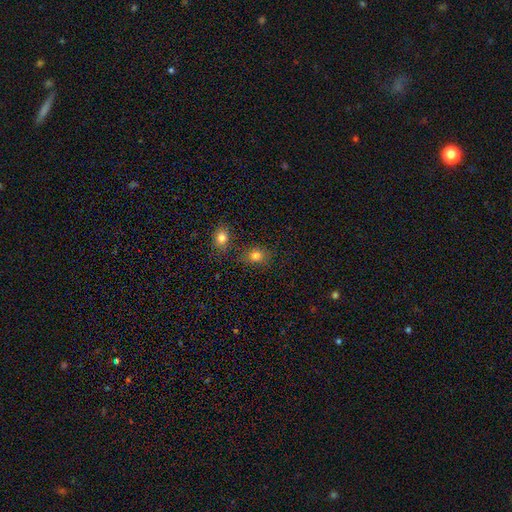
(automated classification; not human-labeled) smooth_or_featured: smooth (p=0.78) [alt: star or artifact p=0.14]
how_rounded: round (p=0.59) [alt: in between p=0.40]
merging: none (p=0.76) [alt: minor disturbance p=0.12]